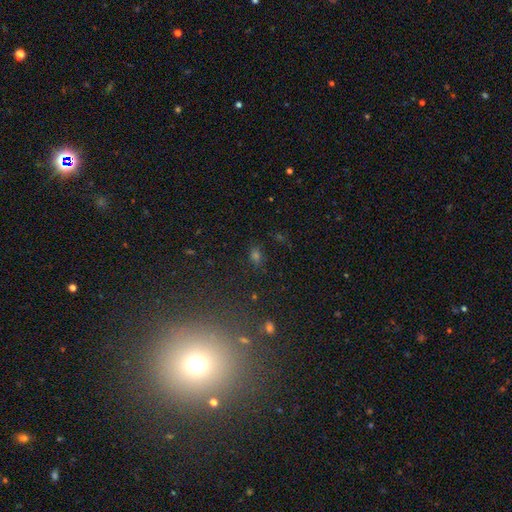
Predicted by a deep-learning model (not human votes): This appears to be a smooth galaxy with no disk features (54%) that is in between round and cigar-shaped (72%). Merging: none (78%).